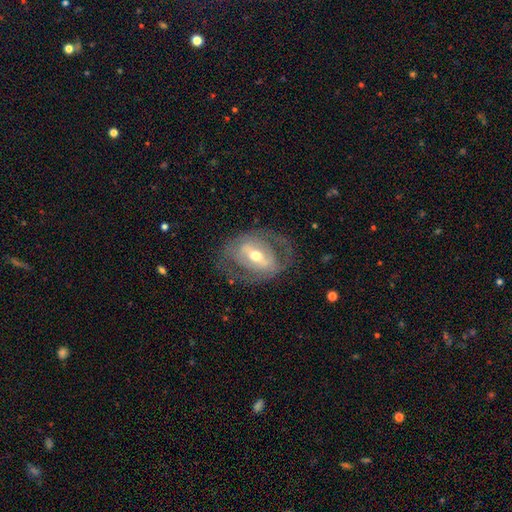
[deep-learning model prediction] Smooth or featured? Predicted: featured or disk (p=0.75). Edge-on disk? Predicted: no (p=0.93). Bar? Predicted: strong (p=0.46). Spiral arms? Predicted: yes (p=0.55). Bulge size? Predicted: moderate (p=0.65). Merging? Predicted: none (p=0.68).